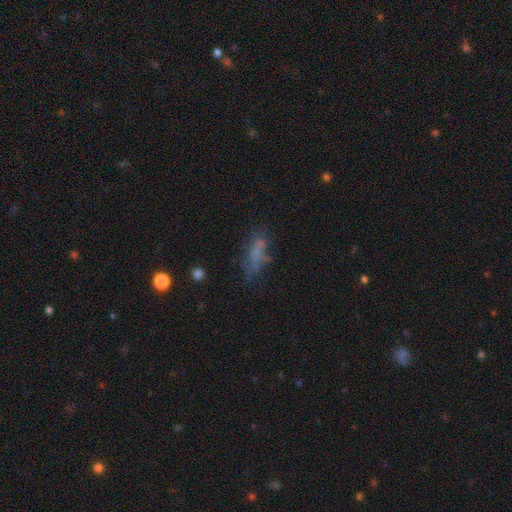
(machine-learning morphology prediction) Smooth or featured: smooth — 53% (featured or disk — 29%)
How rounded: in between — 53% (cigar-shaped — 43%)
Merging: none — 49% (minor disturbance — 24%)